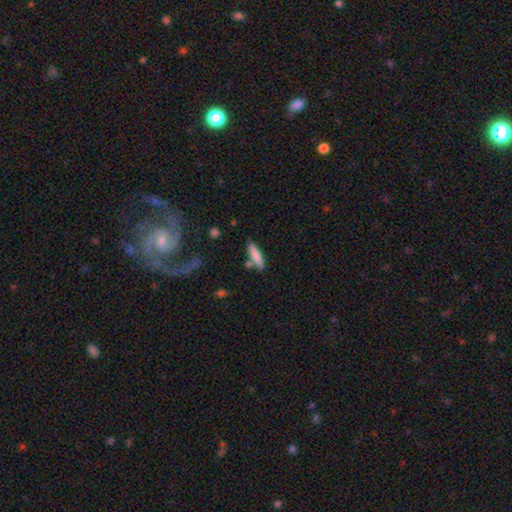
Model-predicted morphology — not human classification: Smooth or featured: smooth — 82% (featured or disk — 12%)
How rounded: cigar-shaped — 70% (in between — 28%)
Merging: none — 73% (minor disturbance — 13%)